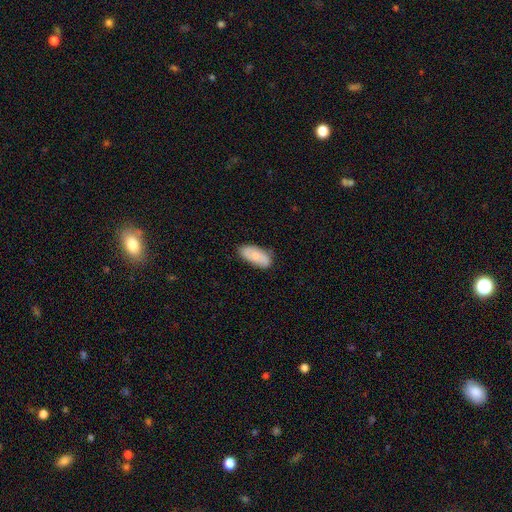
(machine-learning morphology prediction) Q: Smooth or featured?
A: smooth (76%); runner-up: featured or disk (18%)
Q: How rounded?
A: in between (89%); runner-up: cigar-shaped (9%)
Q: Merging?
A: none (79%); runner-up: minor disturbance (17%)